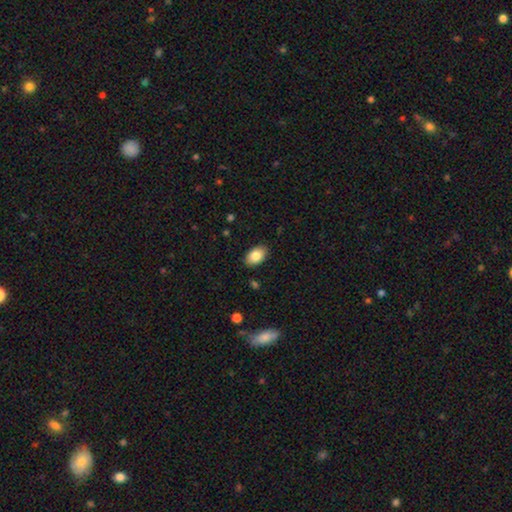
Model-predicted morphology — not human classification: Smooth or featured? Predicted: smooth (p=0.83). How rounded? Predicted: in between (p=0.90). Merging? Predicted: none (p=0.88).